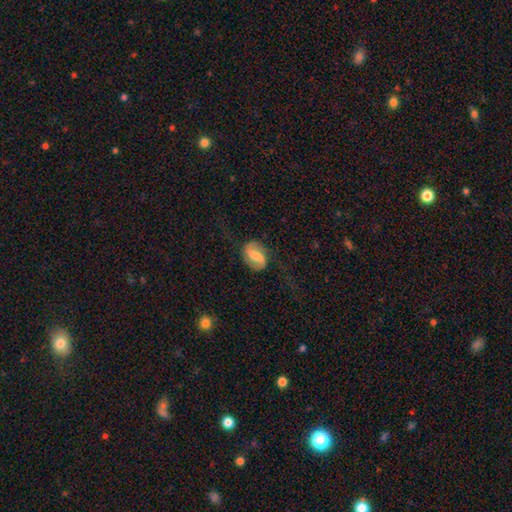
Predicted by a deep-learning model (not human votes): Smooth or featured?
  - featured or disk: 69% *
  - smooth: 24%
  - star or artifact: 7%
Edge-on disk?
  - no: 97% *
  - yes: 3%
Bar?
  - strong: 43% *
  - weak: 40%
  - no: 17%
Spiral arms?
  - yes: 91% *
  - no: 9%
Spiral winding?
  - loose: 47% *
  - medium: 38%
  - tight: 15%
Spiral arm count?
  - 2: 91% *
  - can't tell: 4%
  - 1: 3%
  - 3: 1%
  - 4: 1%
  - more than 4: 1%
Bulge size?
  - moderate: 52% *
  - small: 26%
  - large: 12%
  - none: 9%
  - dominant: 2%
Merging?
  - none: 72% *
  - minor disturbance: 16%
  - major disturbance: 11%
  - merger: 2%